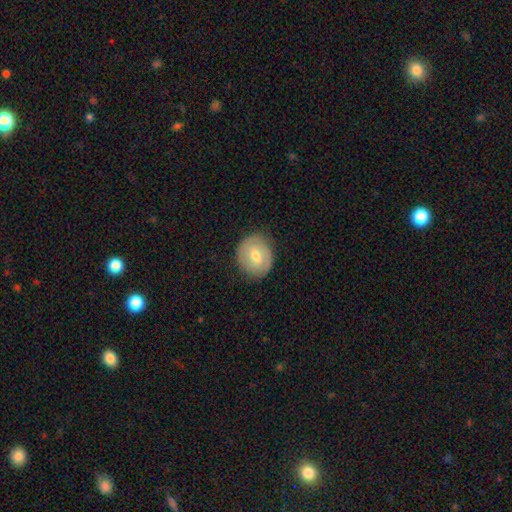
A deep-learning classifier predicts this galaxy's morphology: smooth_or_featured: smooth (p=0.58) [alt: featured or disk p=0.36]
how_rounded: round (p=0.70) [alt: in between p=0.29]
merging: none (p=0.81) [alt: minor disturbance p=0.14]